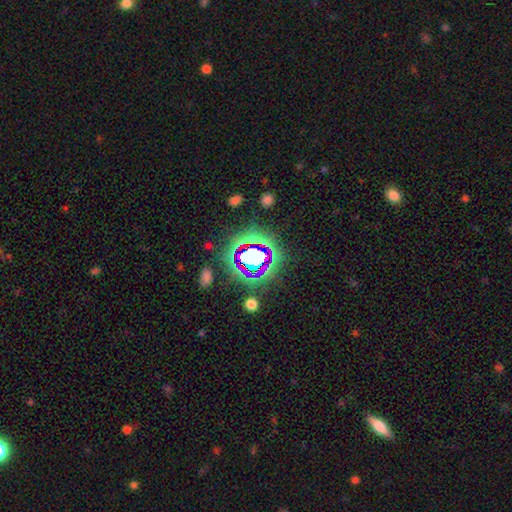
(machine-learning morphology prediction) A star or artifact, not a galaxy (63%).